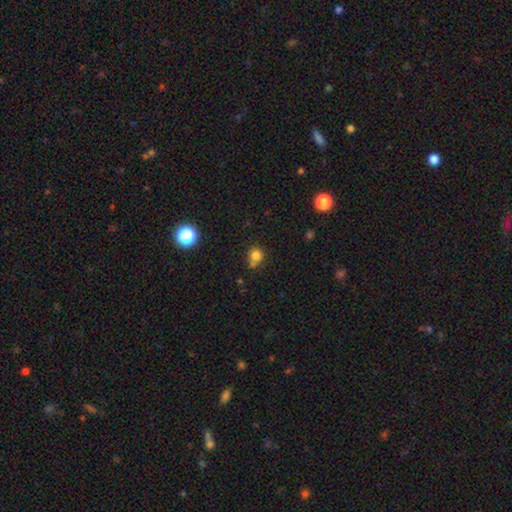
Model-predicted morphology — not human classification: smooth-or-featured: smooth: 79% | star or artifact: 14% | featured or disk: 7%
  how-rounded: round: 87% | in between: 12% | cigar-shaped: 1%
  merging: none: 61% | merger: 22% | minor disturbance: 13% | major disturbance: 4%